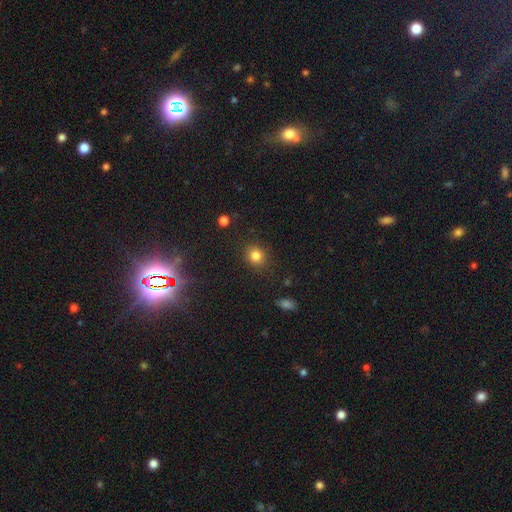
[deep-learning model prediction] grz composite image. It shows a smooth galaxy with no disk features (82%) that is round (77%). Merging: none (86%).